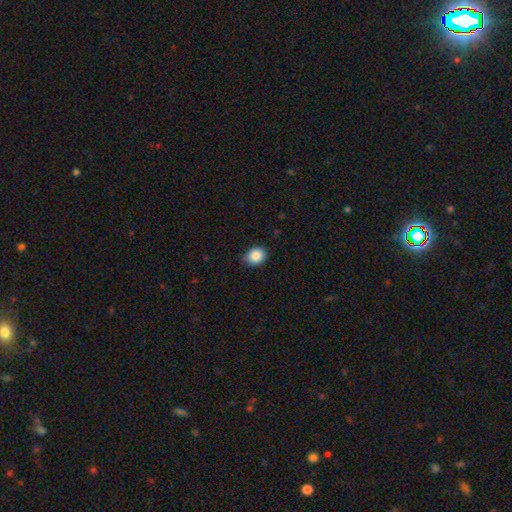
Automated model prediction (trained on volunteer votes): A smooth galaxy with no disk features (87%) that is round (56%). Merging: none (74%).